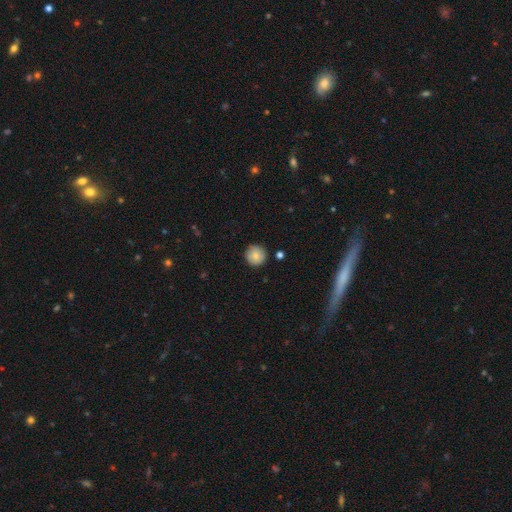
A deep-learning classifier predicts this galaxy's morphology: Overall: smooth (83%). How rounded: round (96%). Merging: none (89%).